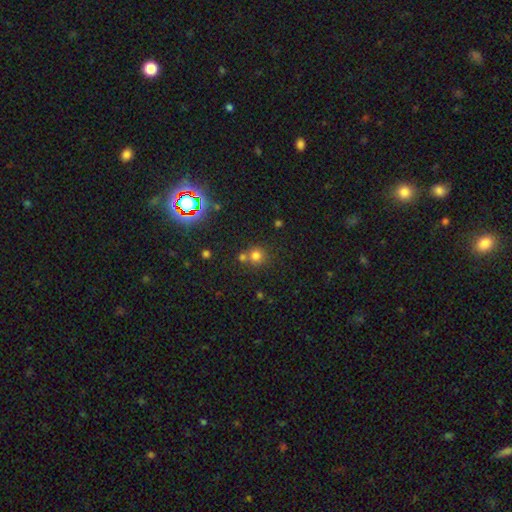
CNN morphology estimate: A smooth galaxy with no disk features (72%) that is round (91%). Merging: none (61%).